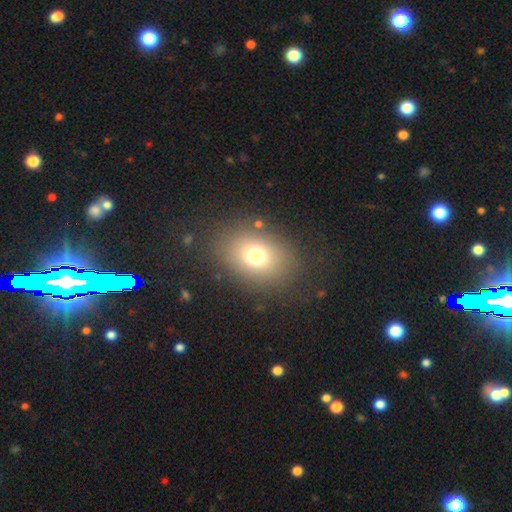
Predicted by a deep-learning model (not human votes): smooth-or-featured: smooth: 71% | star or artifact: 17% | featured or disk: 12%
  how-rounded: in between: 55% | round: 44% | cigar-shaped: 1%
  merging: none: 82% | minor disturbance: 10% | major disturbance: 6% | merger: 2%